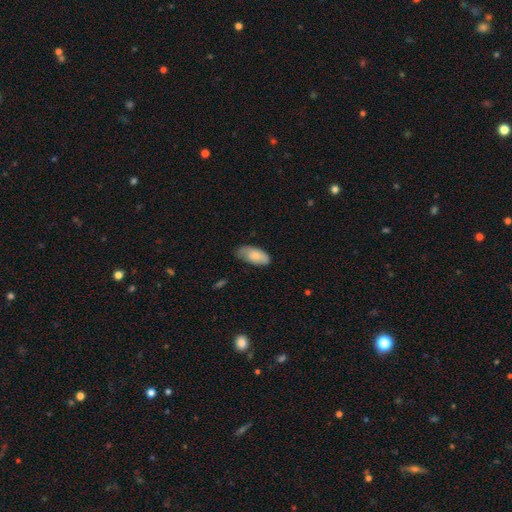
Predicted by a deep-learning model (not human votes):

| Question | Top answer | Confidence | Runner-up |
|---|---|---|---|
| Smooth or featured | smooth | 76% | featured or disk (18%) |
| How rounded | in between | 92% | cigar-shaped (6%) |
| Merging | none | 53% | minor disturbance (36%) |